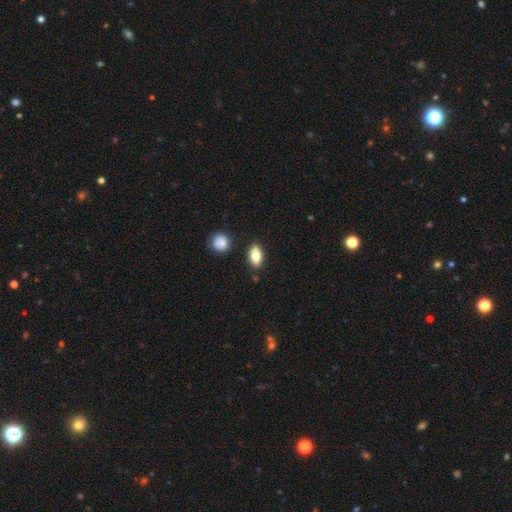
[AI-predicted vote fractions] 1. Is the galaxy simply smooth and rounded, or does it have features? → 79% smooth, 14% featured or disk, 8% star or artifact.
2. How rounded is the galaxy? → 86% in between, 7% round, 7% cigar-shaped.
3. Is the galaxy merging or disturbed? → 85% none, 9% minor disturbance, 3% merger, 2% major disturbance.